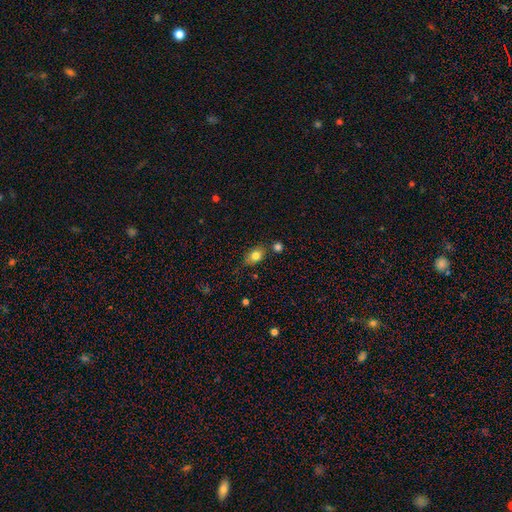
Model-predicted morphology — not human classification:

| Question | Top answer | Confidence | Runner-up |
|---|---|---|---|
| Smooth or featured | smooth | 79% | featured or disk (11%) |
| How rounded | in between | 72% | round (25%) |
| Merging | none | 66% | minor disturbance (21%) |